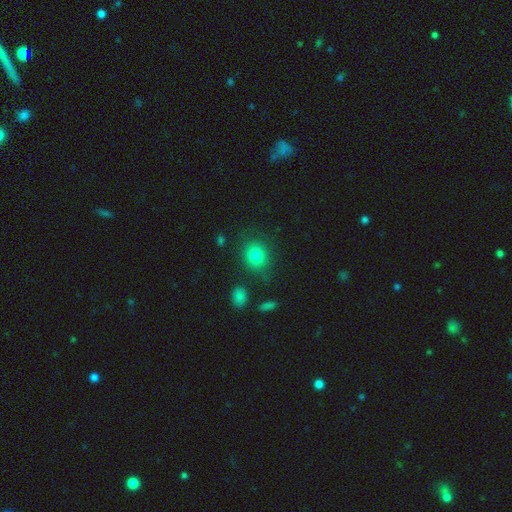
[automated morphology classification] smooth-or-featured: smooth: 80% | star or artifact: 12% | featured or disk: 8%
  how-rounded: round: 70% | in between: 29% | cigar-shaped: 1%
  merging: none: 77% | minor disturbance: 13% | major disturbance: 5% | merger: 4%